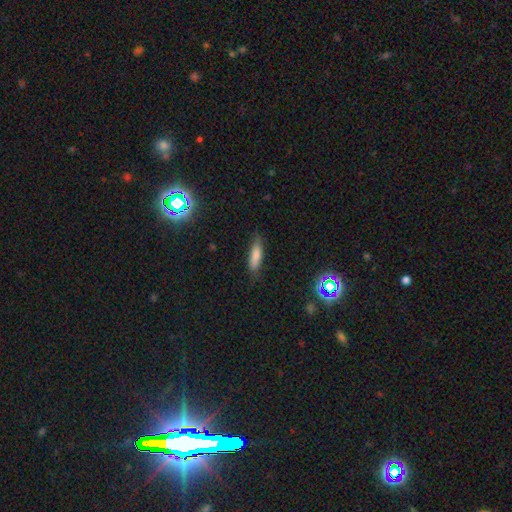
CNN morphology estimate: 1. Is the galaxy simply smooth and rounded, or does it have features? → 80% smooth, 11% featured or disk, 9% star or artifact.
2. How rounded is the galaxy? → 59% cigar-shaped, 39% in between, 2% round.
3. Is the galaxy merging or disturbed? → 77% none, 18% minor disturbance, 4% major disturbance, 1% merger.